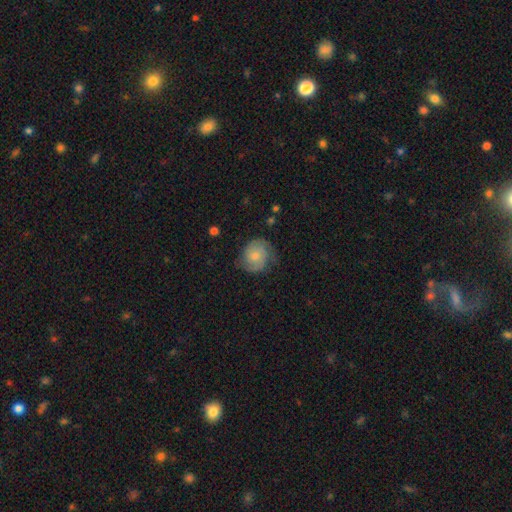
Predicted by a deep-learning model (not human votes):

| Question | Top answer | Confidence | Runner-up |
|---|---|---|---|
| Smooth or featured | featured or disk | 61% | smooth (32%) |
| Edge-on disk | no | 98% | yes (2%) |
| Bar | no | 71% | weak (25%) |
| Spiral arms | yes | 91% | no (9%) |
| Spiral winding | tight | 45% | medium (40%) |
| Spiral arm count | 2 | 75% | can't tell (14%) |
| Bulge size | small | 56% | moderate (35%) |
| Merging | none | 67% | minor disturbance (23%) |